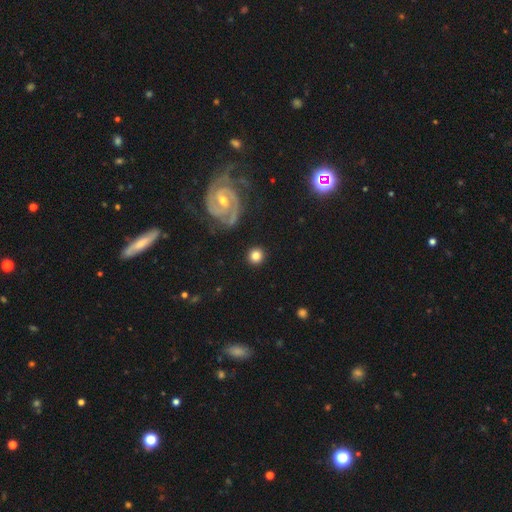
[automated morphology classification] type=smooth (75%); roundness=round (93%); merging=none (88%).